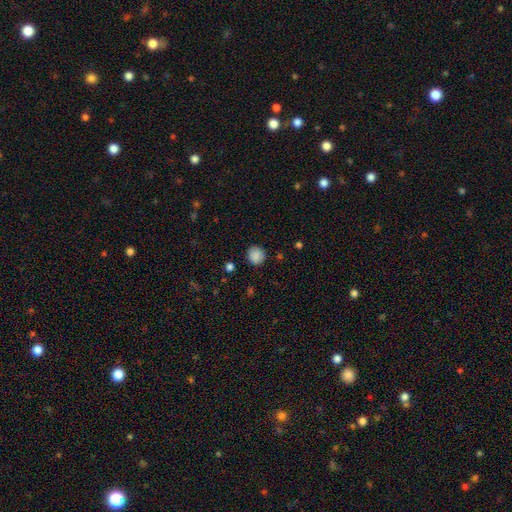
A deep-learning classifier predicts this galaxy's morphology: This is clearly a smooth galaxy (87%). How rounded: clearly round (90%). Merging: clearly none (87%).